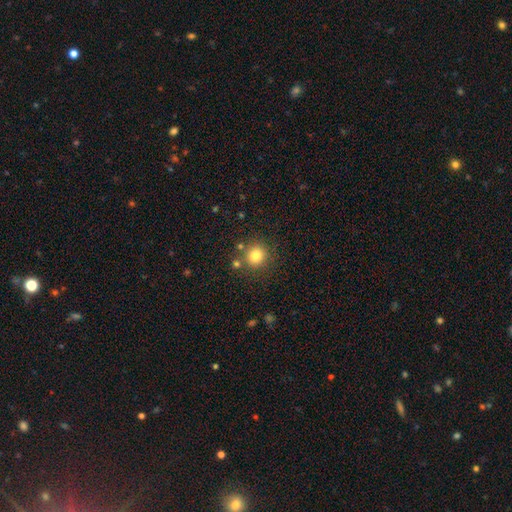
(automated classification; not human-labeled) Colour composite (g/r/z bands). It shows a smooth galaxy with no disk features (81%) that is round (91%). Merging: none (80%).